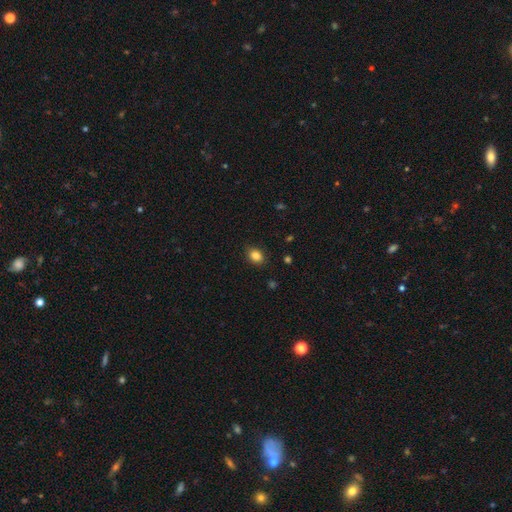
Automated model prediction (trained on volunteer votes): smooth_or_featured: smooth (p=0.85) [alt: star or artifact p=0.10]
how_rounded: in between (p=0.65) [alt: round p=0.34]
merging: none (p=0.87) [alt: minor disturbance p=0.10]